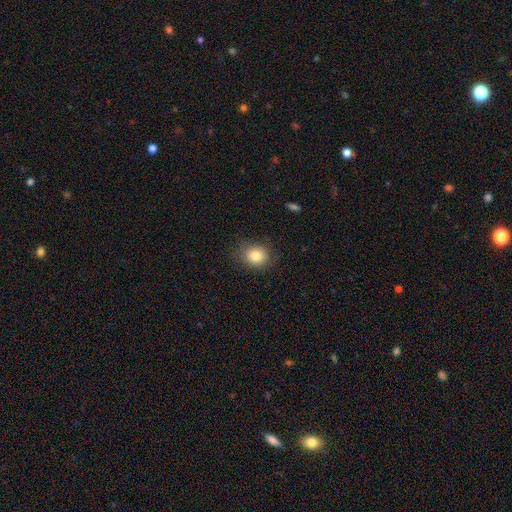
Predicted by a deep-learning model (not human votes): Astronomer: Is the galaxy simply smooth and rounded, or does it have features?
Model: smooth — 82%.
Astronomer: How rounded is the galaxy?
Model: round — 67%.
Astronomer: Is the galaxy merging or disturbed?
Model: none — 83%.